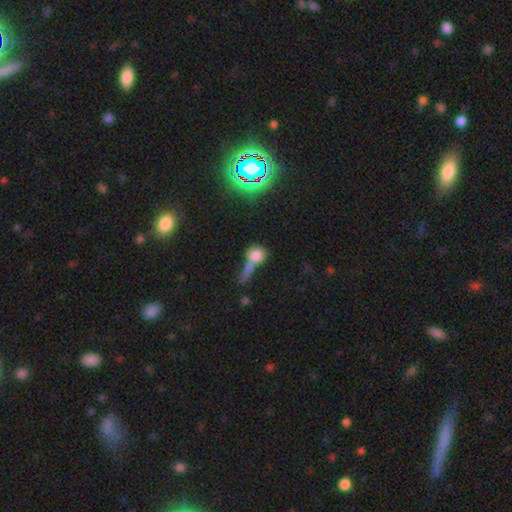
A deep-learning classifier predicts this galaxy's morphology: Smooth or featured? smooth (73%)
How rounded? round (70%)
Merging? merger (45%)